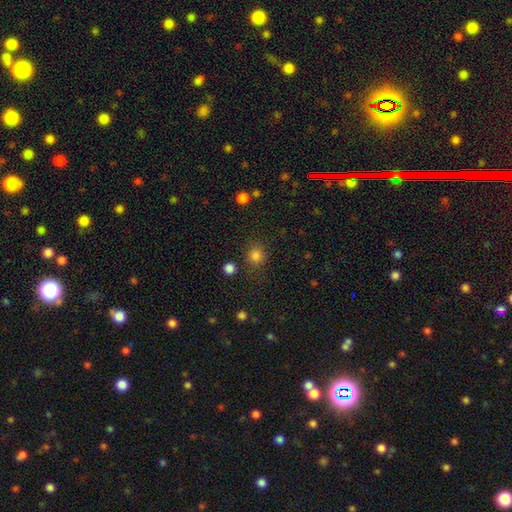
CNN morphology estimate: This is clearly a smooth galaxy (83%). How rounded: likely round (80%). Merging: likely none (79%).